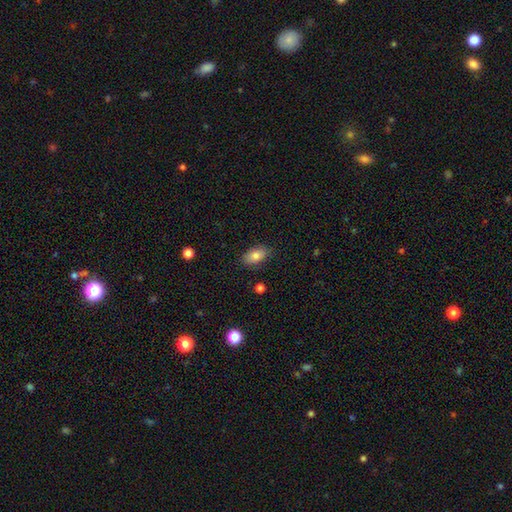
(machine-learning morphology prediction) type=smooth (81%); roundness=in between (90%); merging=none (85%).